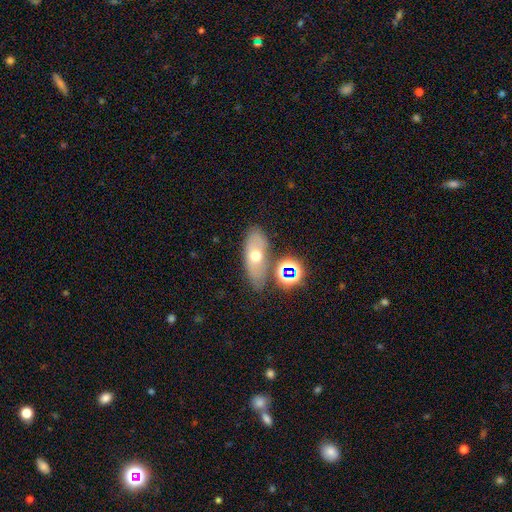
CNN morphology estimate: This is possibly a smooth galaxy (51%). How rounded: likely in between (77%). Merging: likely none (71%).